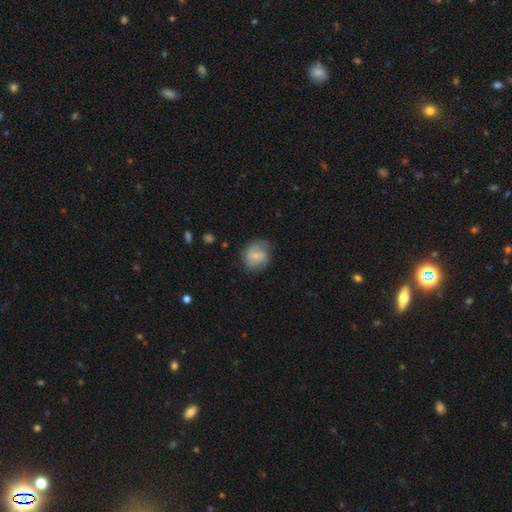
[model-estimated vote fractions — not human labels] A smooth galaxy with no disk features (55%) that is round (77%). Merging: none (71%).